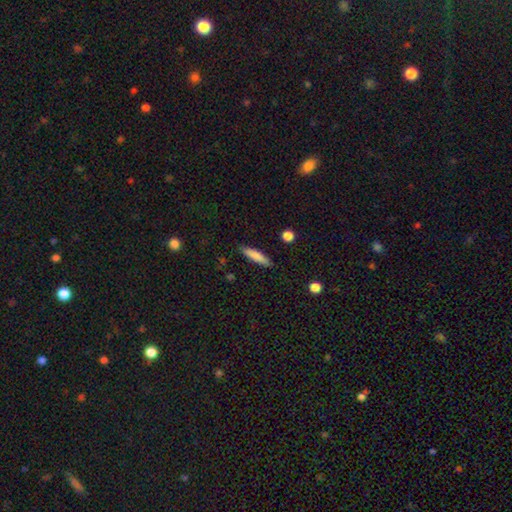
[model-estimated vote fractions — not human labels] Overall: smooth (80%). How rounded: cigar-shaped (84%). Merging: none (87%).